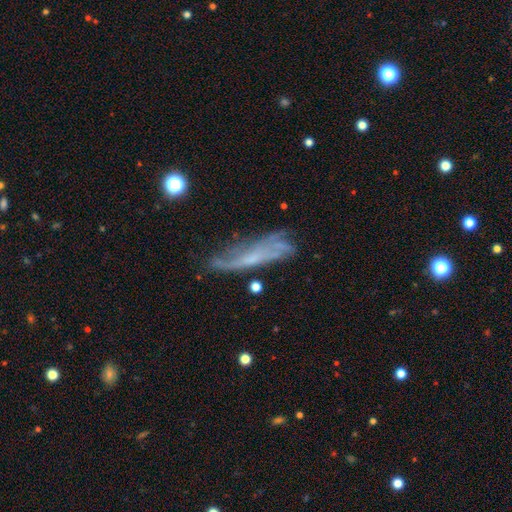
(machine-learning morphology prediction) The model was most divided on "edge-on disk": no: 55%, yes: 45%. Remaining: smooth or featured — featured or disk (56%); merging — none (48%).